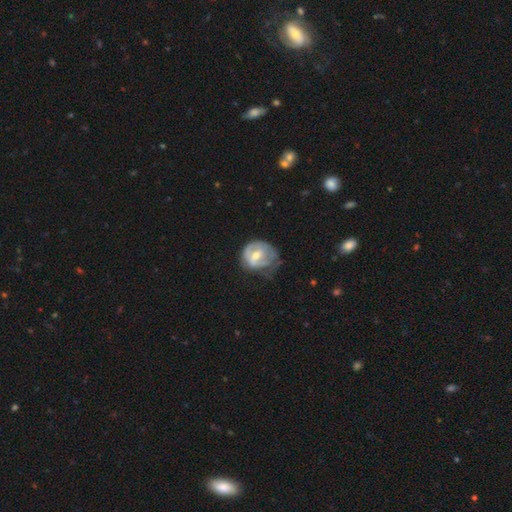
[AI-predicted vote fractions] Smooth or featured: featured or disk — 57% (smooth — 36%)
Edge-on disk: no — 96% (yes — 4%)
Bar: weak — 45% (no — 36%)
Spiral arms: no — 50% (tied with yes — 50%)
Bulge size: moderate — 59% (small — 35%)
Merging: none — 39% (minor disturbance — 34%)